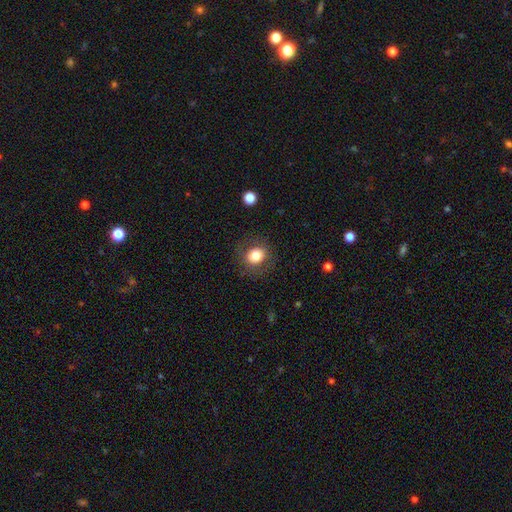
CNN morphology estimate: Smooth or featured? smooth (78%)
How rounded? round (71%)
Merging? none (83%)